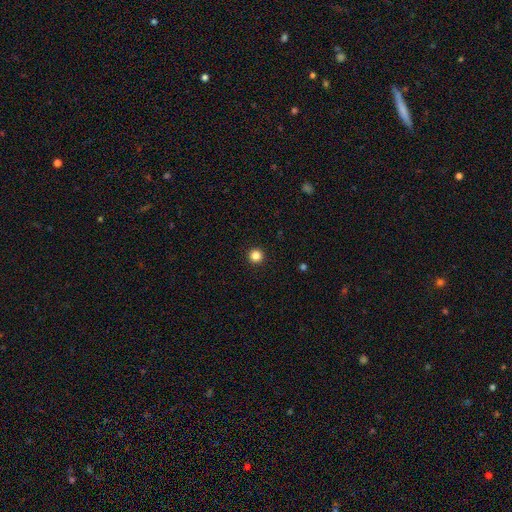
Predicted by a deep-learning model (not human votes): Smooth or featured?
  - smooth: 85% *
  - star or artifact: 12%
  - featured or disk: 3%
How rounded?
  - round: 97% *
  - in between: 2%
  - cigar-shaped: 1%
Merging?
  - none: 94% *
  - minor disturbance: 3%
  - major disturbance: 1%
  - merger: 1%